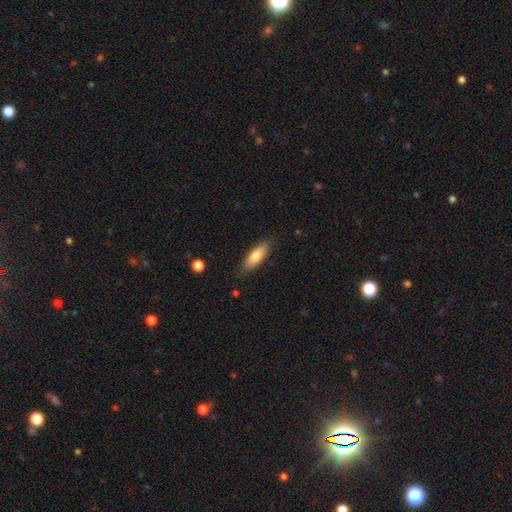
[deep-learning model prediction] Smooth or featured: smooth — 78% (featured or disk — 16%)
How rounded: in between — 65% (cigar-shaped — 33%)
Merging: none — 80% (minor disturbance — 16%)